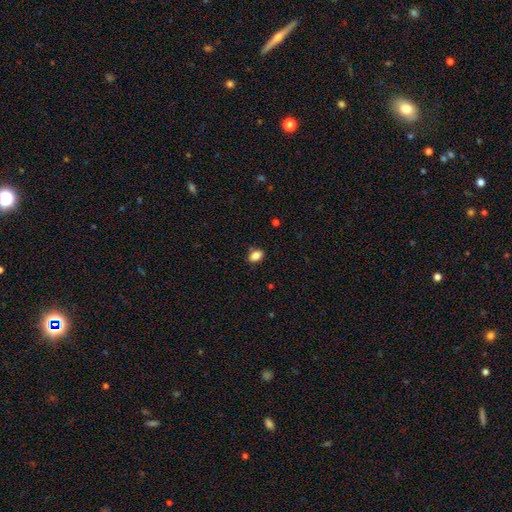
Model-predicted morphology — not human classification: smooth 85%, star or artifact 9%, featured or disk 5%. Down the decision tree: how rounded — in between (84%); merging — none (84%).